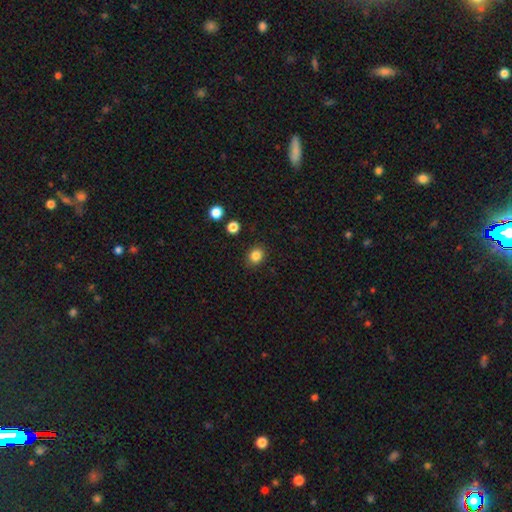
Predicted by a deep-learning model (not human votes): Smooth or featured: smooth — 85% (star or artifact — 11%)
How rounded: round — 68% (in between — 31%)
Merging: none — 89% (minor disturbance — 8%)